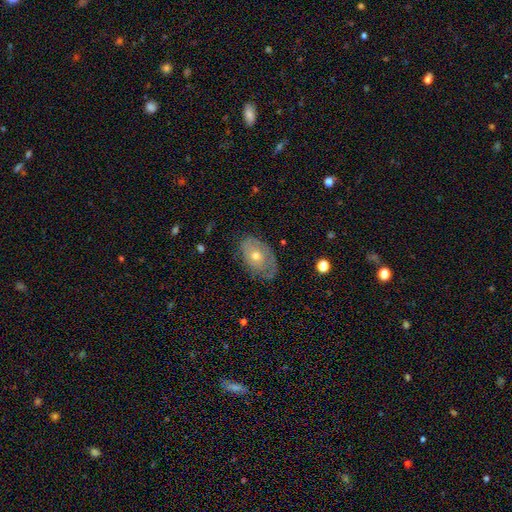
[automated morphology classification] Overall: featured or disk (47%; smooth 46%). Merging: none (63%; minor disturbance 27%).